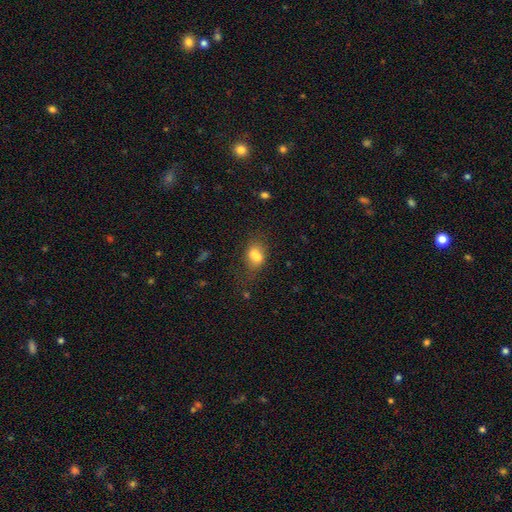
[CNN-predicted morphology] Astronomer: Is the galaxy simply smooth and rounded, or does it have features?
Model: smooth — 67%.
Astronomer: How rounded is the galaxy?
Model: in between — 64%.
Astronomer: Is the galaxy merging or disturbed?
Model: merger — 44% (runner-up: none, 33%).